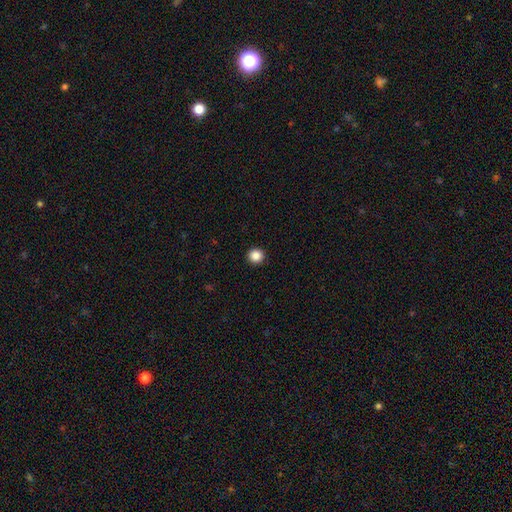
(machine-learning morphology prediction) Smooth or featured? Predicted: smooth (p=0.87). How rounded? Predicted: round (p=0.94). Merging? Predicted: none (p=0.93).